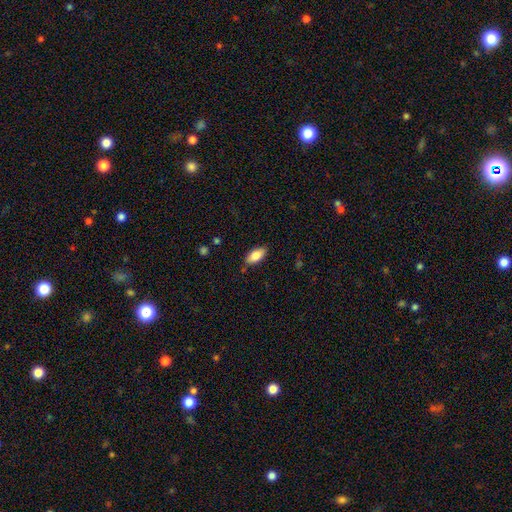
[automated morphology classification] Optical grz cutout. It shows a smooth galaxy with no disk features (82%) that is in between round and cigar-shaped (90%). Merging: none (84%).